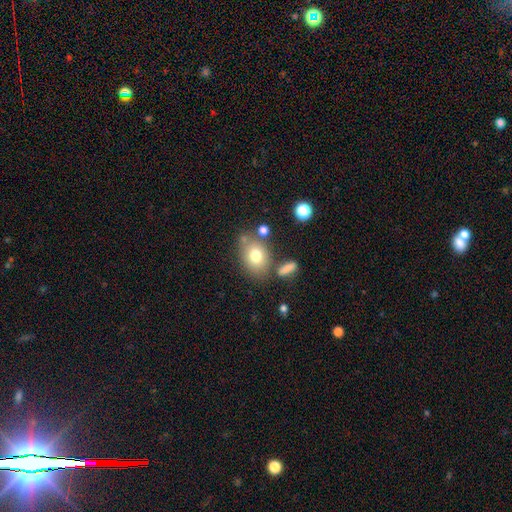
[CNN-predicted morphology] smooth 75%, featured or disk 15%, star or artifact 10%. Down the decision tree: how rounded — in between (66%); merging — none (66%).